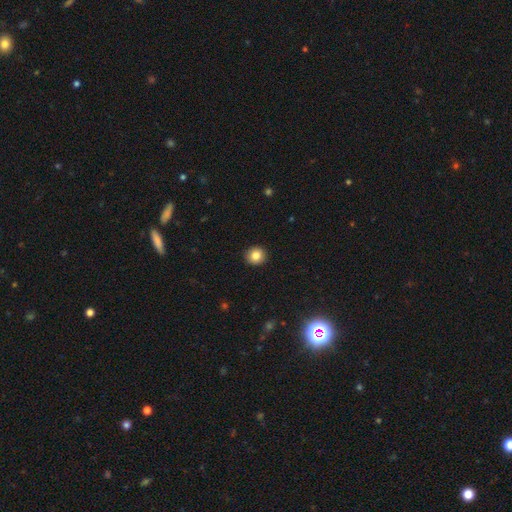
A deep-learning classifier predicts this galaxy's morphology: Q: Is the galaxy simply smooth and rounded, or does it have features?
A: smooth — 83%.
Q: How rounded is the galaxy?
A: round — 91%.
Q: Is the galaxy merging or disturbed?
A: none — 93%.